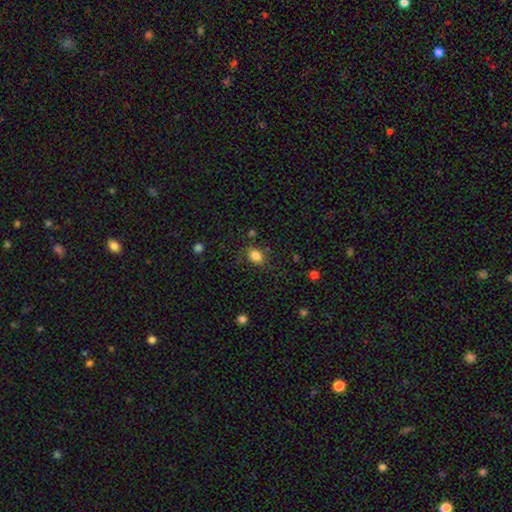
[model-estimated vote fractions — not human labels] Smooth or featured? Predicted: smooth (p=0.84). How rounded? Predicted: in between (p=0.68). Merging? Predicted: none (p=0.79).